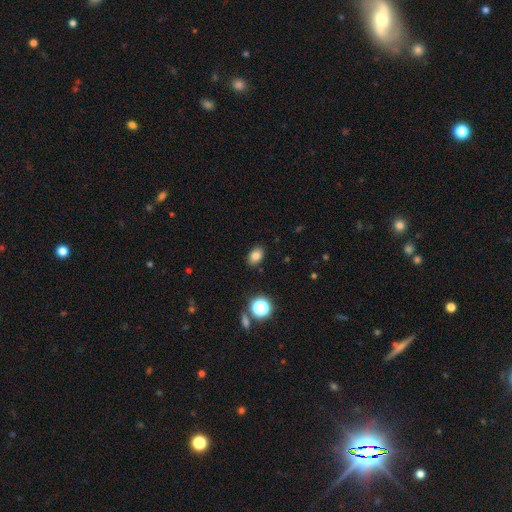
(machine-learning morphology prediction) smooth_or_featured: smooth (p=0.81) [alt: star or artifact p=0.13]
how_rounded: in between (p=0.76) [alt: round p=0.23]
merging: none (p=0.87) [alt: minor disturbance p=0.09]